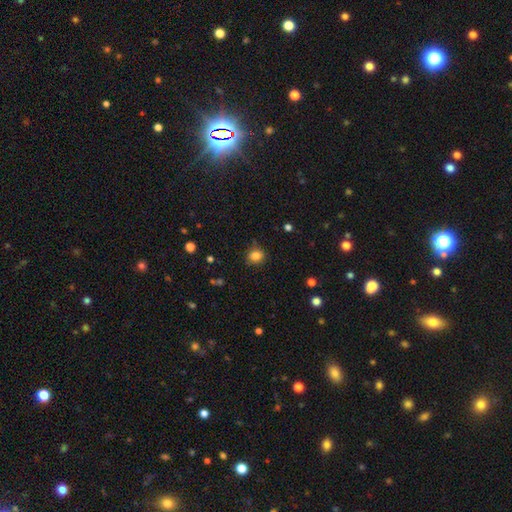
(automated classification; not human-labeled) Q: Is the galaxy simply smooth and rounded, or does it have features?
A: smooth — 83%.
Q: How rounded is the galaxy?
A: round — 67%.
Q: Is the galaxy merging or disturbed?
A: none — 78%.